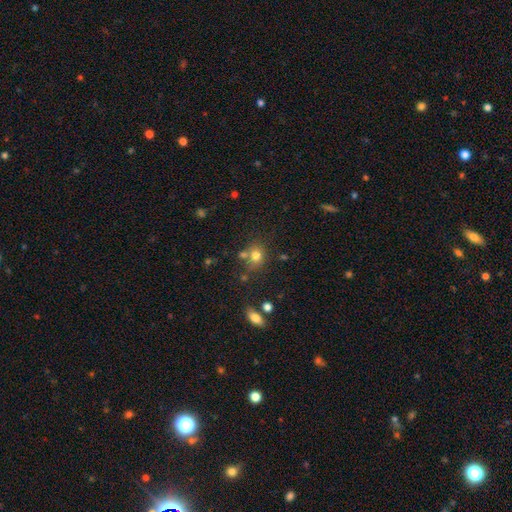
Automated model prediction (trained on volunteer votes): Smooth or featured? smooth (76%)
How rounded? round (64%)
Merging? none (62%)